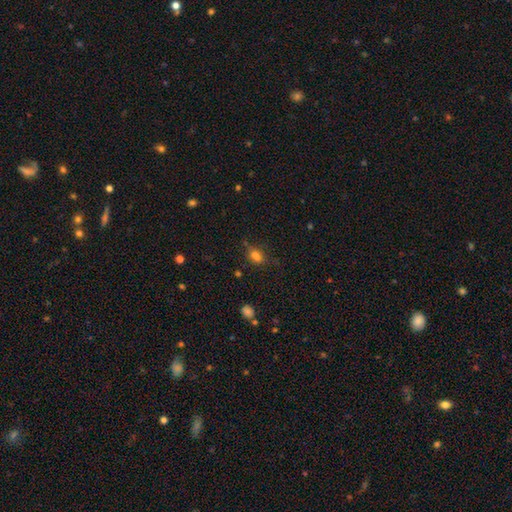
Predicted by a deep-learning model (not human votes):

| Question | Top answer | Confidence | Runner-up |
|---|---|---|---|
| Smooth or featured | smooth | 76% | star or artifact (16%) |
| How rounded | in between | 72% | round (25%) |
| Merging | none | 61% | minor disturbance (22%) |